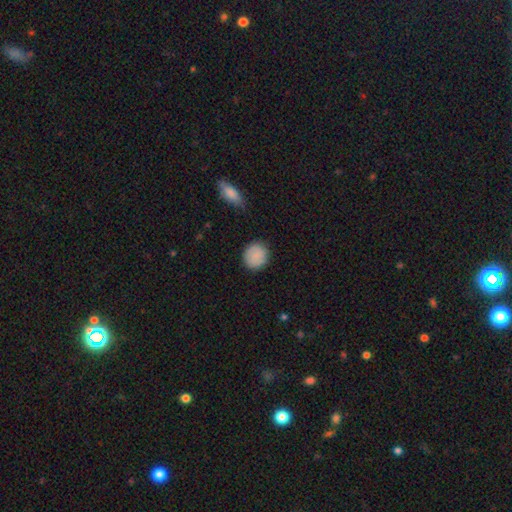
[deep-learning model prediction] This is clearly a smooth galaxy (85%). How rounded: clearly round (88%). Merging: clearly none (86%).